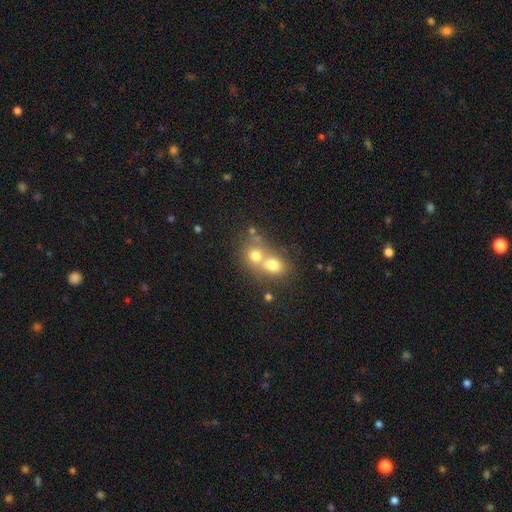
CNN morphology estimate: smooth-or-featured: smooth: 68% | featured or disk: 19% | star or artifact: 13%
  how-rounded: round: 71% | in between: 28% | cigar-shaped: 1%
  merging: merger: 64% | none: 27% | minor disturbance: 6% | major disturbance: 3%